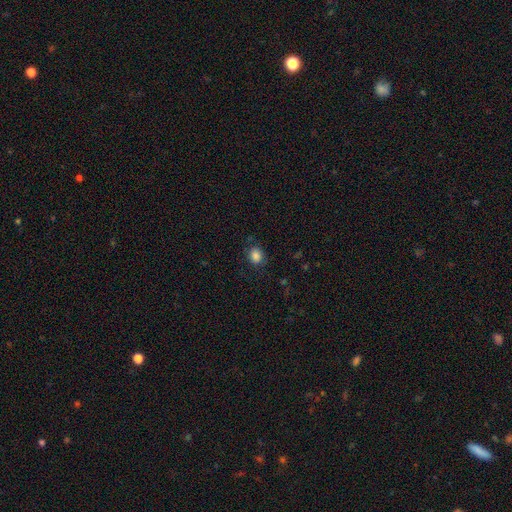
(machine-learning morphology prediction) Smooth or featured?
  - smooth: 85% *
  - star or artifact: 10%
  - featured or disk: 4%
How rounded?
  - round: 57% *
  - in between: 42%
  - cigar-shaped: 1%
Merging?
  - none: 82% *
  - minor disturbance: 13%
  - major disturbance: 4%
  - merger: 1%